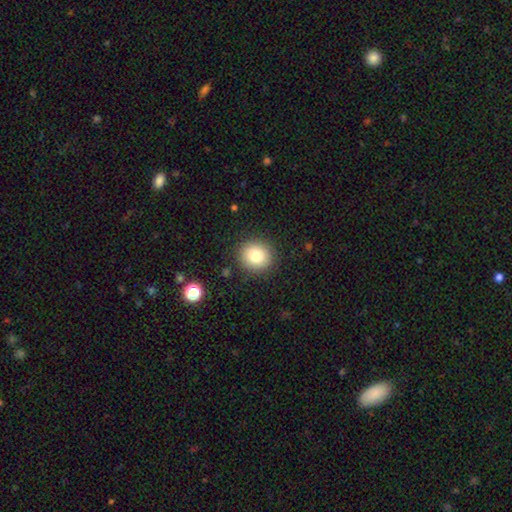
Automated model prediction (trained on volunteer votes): Smooth or featured? Predicted: smooth (p=0.80). How rounded? Predicted: round (p=0.88). Merging? Predicted: none (p=0.89).